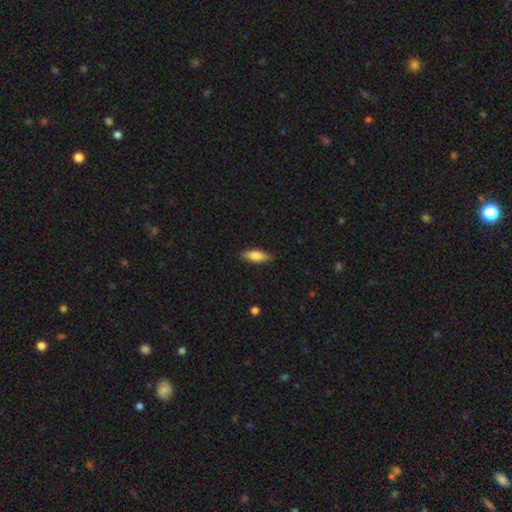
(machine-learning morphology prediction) Smooth or featured? smooth (81%)
How rounded? in between (65%)
Merging? none (86%)